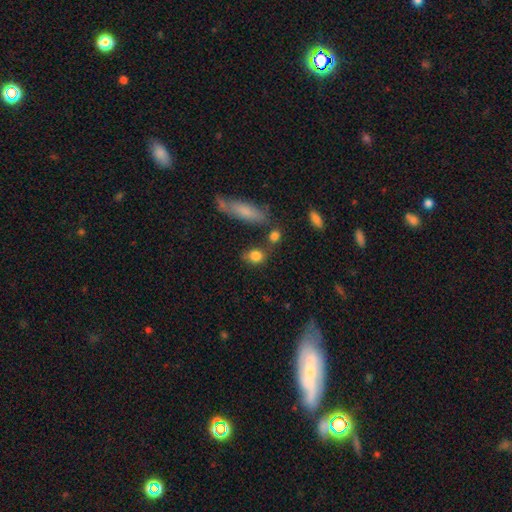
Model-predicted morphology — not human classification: smooth 83%, star or artifact 9%, featured or disk 8%. Down the decision tree: how rounded — round (54%); merging — none (61%).